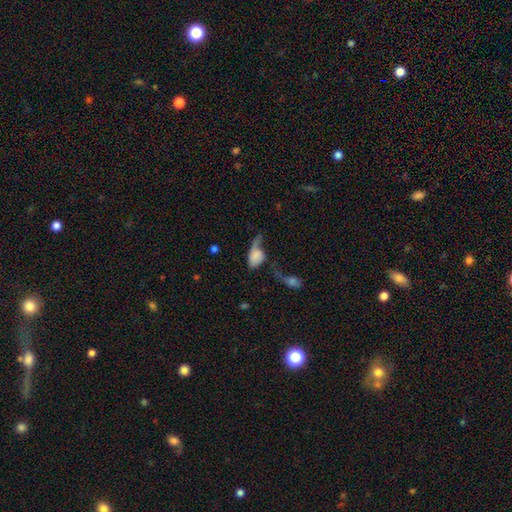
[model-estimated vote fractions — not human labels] Smooth or featured? Predicted: smooth (p=0.62). How rounded? Predicted: in between (p=0.83). Merging? Predicted: major disturbance (p=0.44).